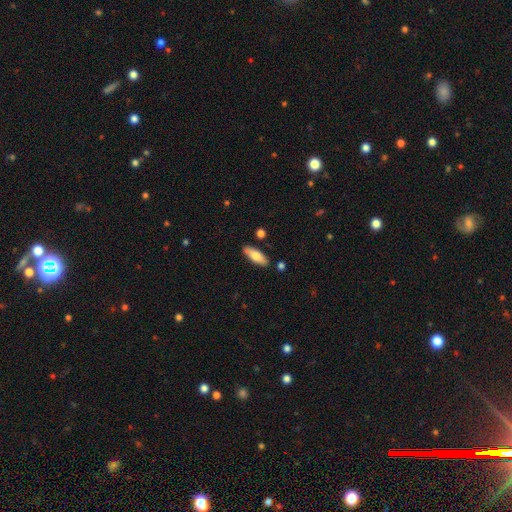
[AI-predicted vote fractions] This is likely a smooth galaxy (74%). How rounded: likely in between (61%). Merging: clearly none (84%).